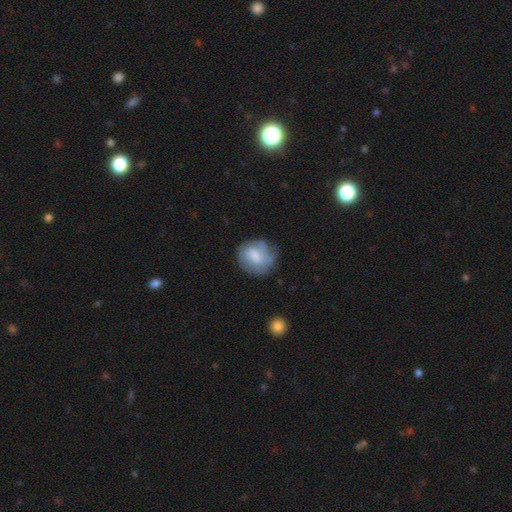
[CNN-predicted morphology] Q: Smooth or featured?
A: smooth (58%); runner-up: featured or disk (35%)
Q: How rounded?
A: round (75%); runner-up: in between (24%)
Q: Merging?
A: none (59%); runner-up: minor disturbance (26%)